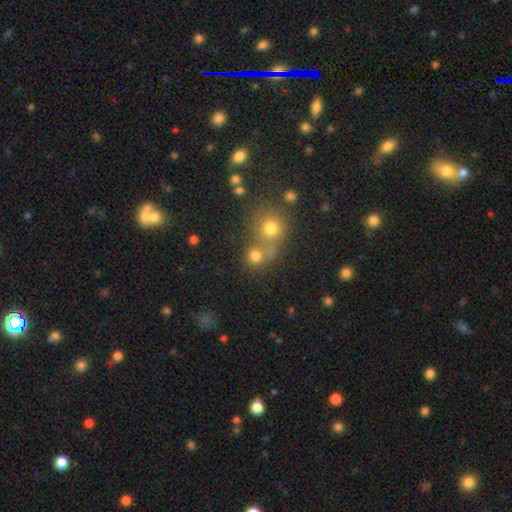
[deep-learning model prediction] smooth-or-featured: smooth: 75% | star or artifact: 16% | featured or disk: 8%
  how-rounded: round: 86% | in between: 13% | cigar-shaped: 1%
  merging: none: 51% | merger: 37% | minor disturbance: 7% | major disturbance: 5%